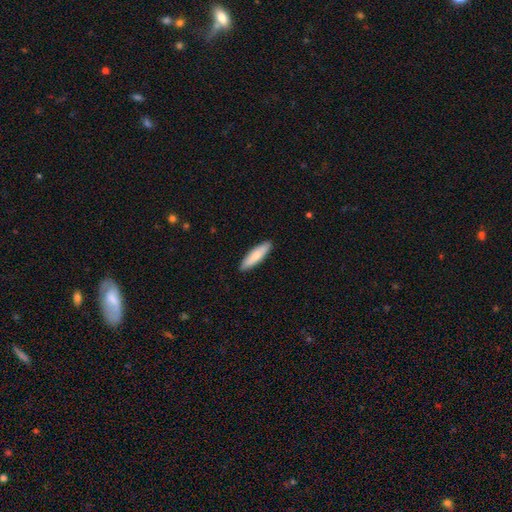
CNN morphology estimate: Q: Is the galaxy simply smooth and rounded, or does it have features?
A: smooth — 79%.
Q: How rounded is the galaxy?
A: cigar-shaped — 69%.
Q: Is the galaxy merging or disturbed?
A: none — 89%.